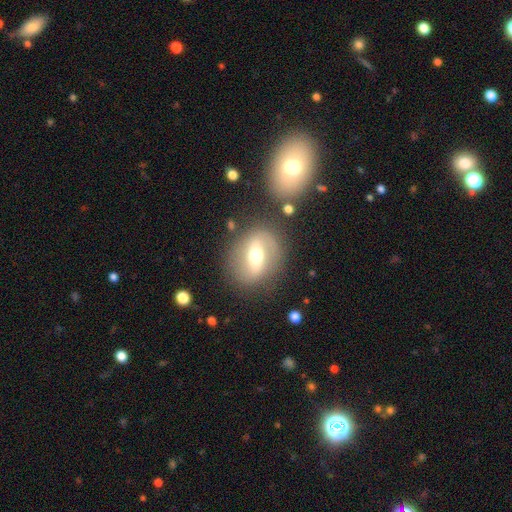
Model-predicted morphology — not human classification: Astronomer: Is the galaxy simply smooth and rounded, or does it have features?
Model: featured or disk — 59%.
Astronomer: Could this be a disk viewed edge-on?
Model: no — 90%.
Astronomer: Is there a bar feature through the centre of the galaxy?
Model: strong — 47% (runner-up: weak, 35%).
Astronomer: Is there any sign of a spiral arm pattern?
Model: yes — 50%, tied with no at 50%.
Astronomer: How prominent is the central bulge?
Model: moderate — 70%.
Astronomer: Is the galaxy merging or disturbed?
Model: none — 76%.